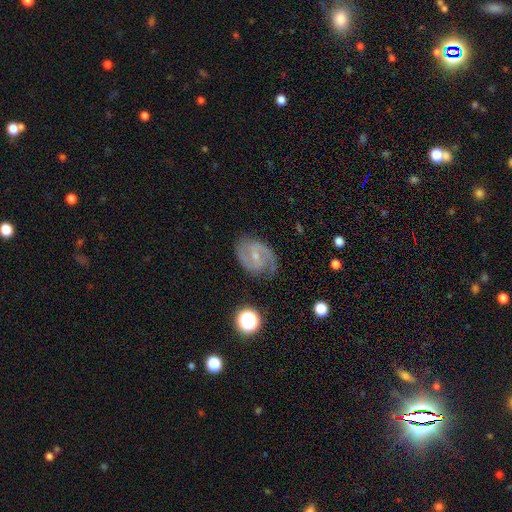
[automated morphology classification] Overall: featured or disk (83%). Edge-on disk: no (97%). Bar: weak (55%; no 27%). Spiral arms: yes (95%). Spiral arm count: 2 (84%). Spiral winding: medium (51%; tight 33%). Bulge size: small (66%; moderate 29%). Merging: none (73%).